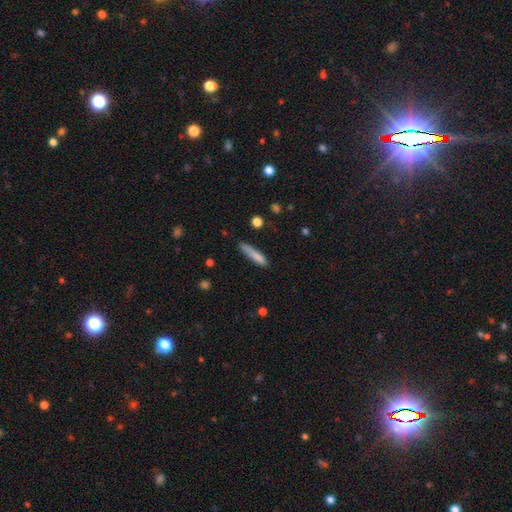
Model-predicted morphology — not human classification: Smooth or featured? Predicted: smooth (p=0.81). How rounded? Predicted: cigar-shaped (p=0.88). Merging? Predicted: none (p=0.71).